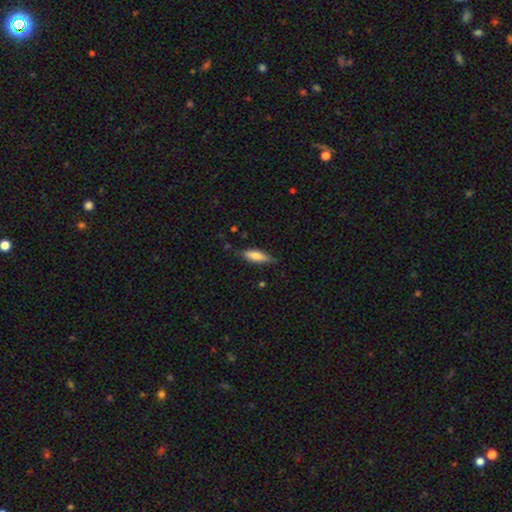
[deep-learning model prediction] This is likely a smooth galaxy (75%). How rounded: possibly in between (50%). Merging: likely none (78%).